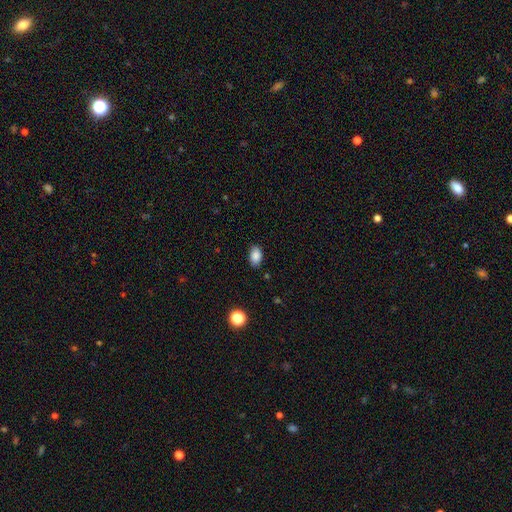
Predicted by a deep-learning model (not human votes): Smooth or featured? smooth (87%)
How rounded? in between (89%)
Merging? none (86%)